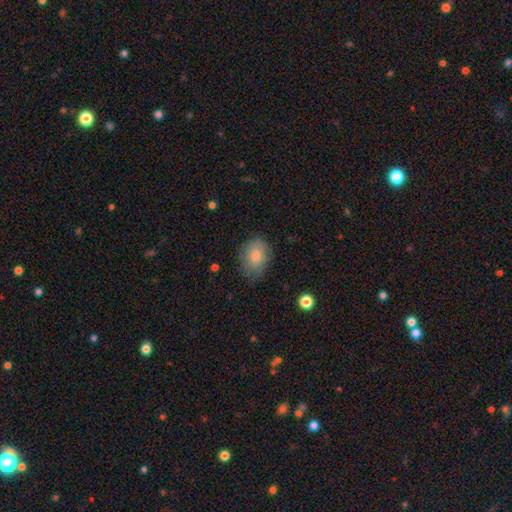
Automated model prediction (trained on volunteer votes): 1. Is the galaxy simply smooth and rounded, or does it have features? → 77% smooth, 14% featured or disk, 9% star or artifact.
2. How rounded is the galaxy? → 61% in between, 38% round, 1% cigar-shaped.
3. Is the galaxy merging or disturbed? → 69% none, 24% minor disturbance, 5% major disturbance, 1% merger.